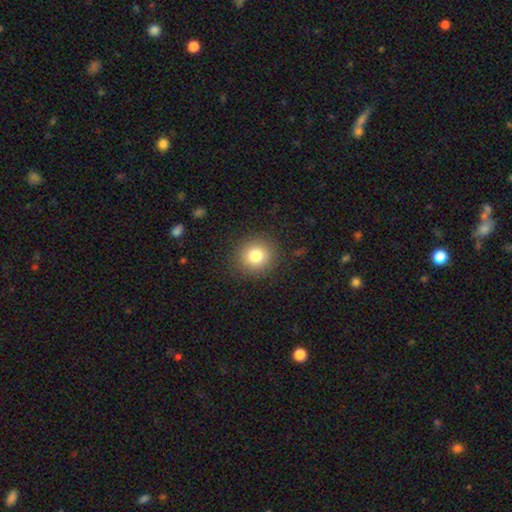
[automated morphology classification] Smooth or featured?
  - smooth: 80% *
  - star or artifact: 11%
  - featured or disk: 9%
How rounded?
  - round: 93% *
  - in between: 6%
  - cigar-shaped: 1%
Merging?
  - none: 90% *
  - minor disturbance: 7%
  - major disturbance: 3%
  - merger: 1%